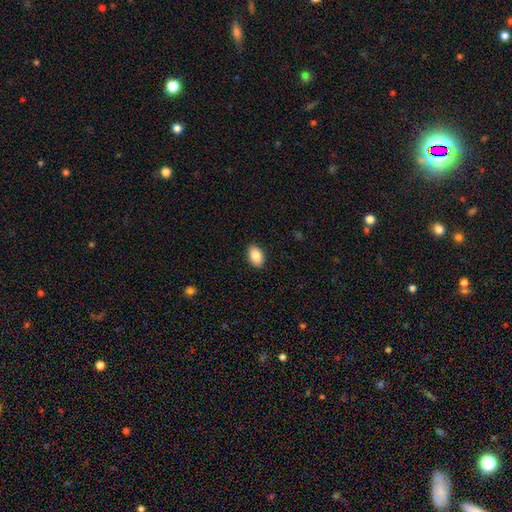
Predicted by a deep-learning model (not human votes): smooth 86%, star or artifact 7%, featured or disk 6%. Down the decision tree: how rounded — in between (89%); merging — none (90%).